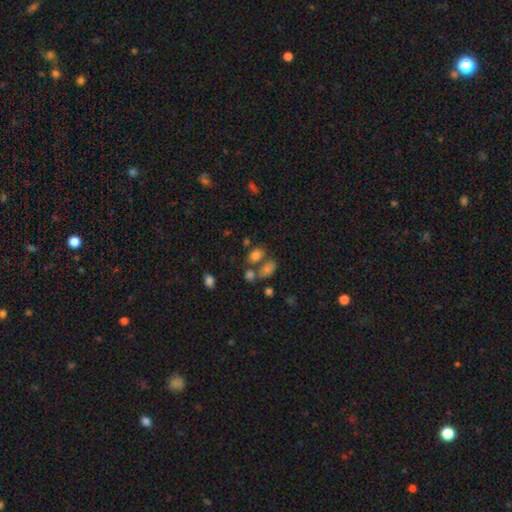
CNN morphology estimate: smooth_or_featured: smooth (p=0.75) [alt: star or artifact p=0.14]
how_rounded: in between (p=0.76) [alt: round p=0.23]
merging: none (p=0.47) [alt: merger p=0.33]